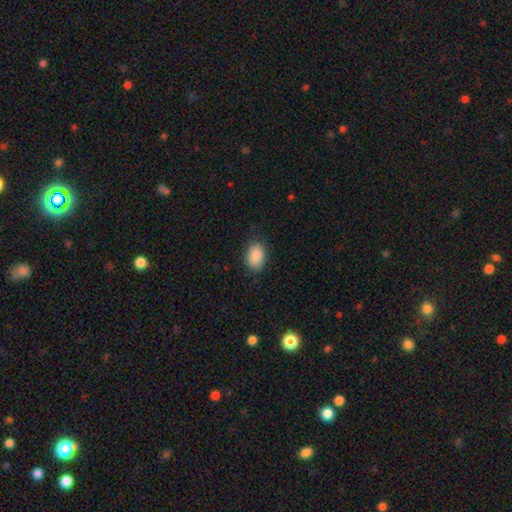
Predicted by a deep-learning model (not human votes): Smooth or featured: smooth — 89% (star or artifact — 7%)
How rounded: in between — 84% (round — 14%)
Merging: none — 84% (minor disturbance — 12%)